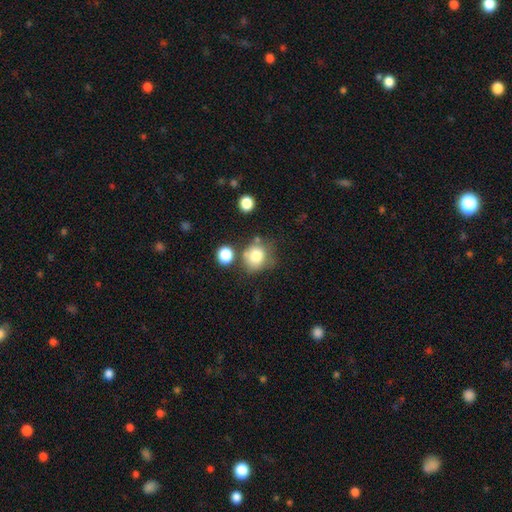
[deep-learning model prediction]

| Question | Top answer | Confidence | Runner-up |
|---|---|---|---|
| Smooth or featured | smooth | 80% | star or artifact (11%) |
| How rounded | round | 79% | in between (20%) |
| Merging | none | 57% | minor disturbance (18%) |